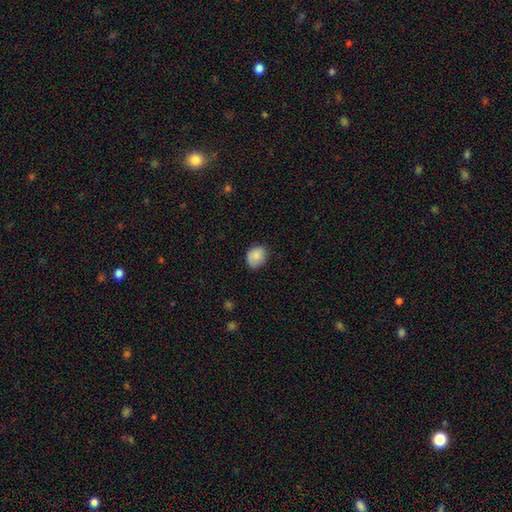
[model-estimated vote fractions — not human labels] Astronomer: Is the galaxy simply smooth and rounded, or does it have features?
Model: smooth — 87%.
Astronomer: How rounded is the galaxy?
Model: round — 53% (runner-up: in between, 47%).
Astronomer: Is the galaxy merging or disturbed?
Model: none — 78%.